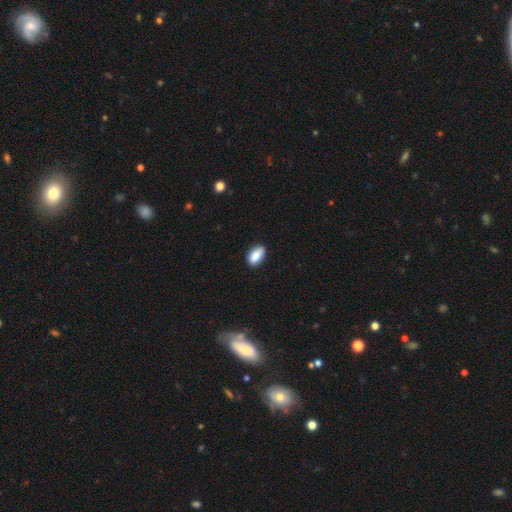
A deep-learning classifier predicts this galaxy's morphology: smooth 86%, star or artifact 7%, featured or disk 7%. Down the decision tree: how rounded — in between (91%); merging — none (85%).